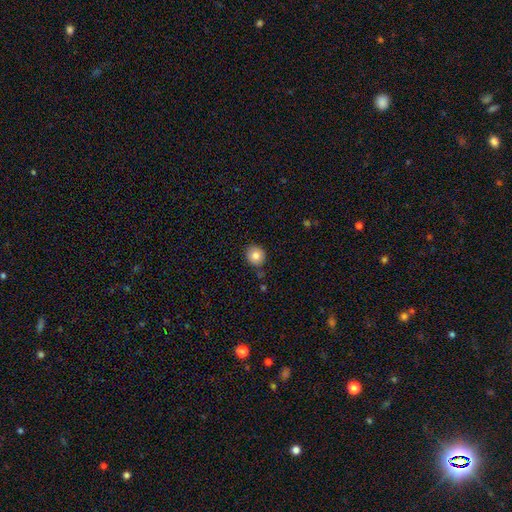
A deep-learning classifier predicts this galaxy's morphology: Smooth or featured: smooth — 82% (star or artifact — 10%)
How rounded: round — 90% (in between — 9%)
Merging: none — 84% (minor disturbance — 11%)